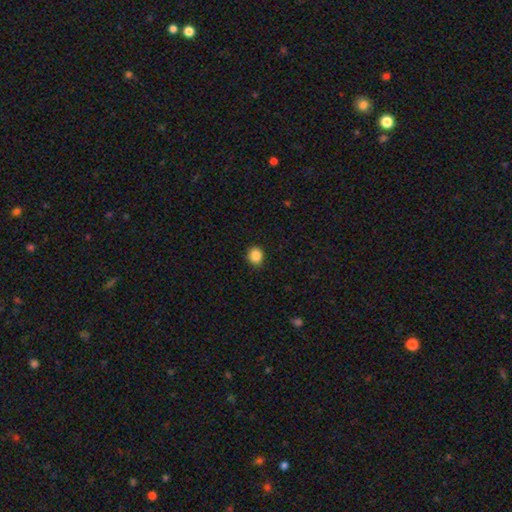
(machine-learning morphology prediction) Overall: smooth (88%). How rounded: round (79%). Merging: none (87%).